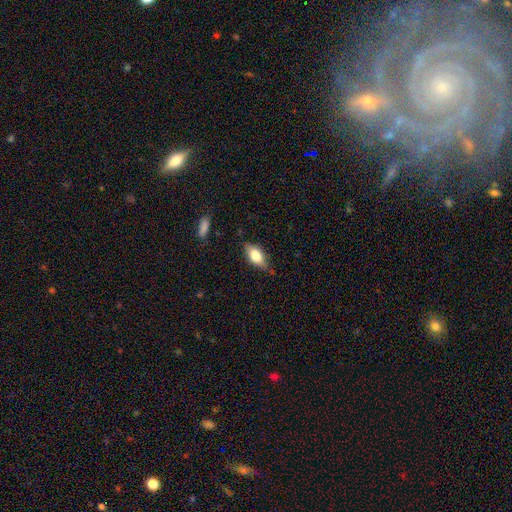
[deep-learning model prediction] Smooth or featured? Predicted: smooth (p=0.70). How rounded? Predicted: in between (p=0.84). Merging? Predicted: none (p=0.76).